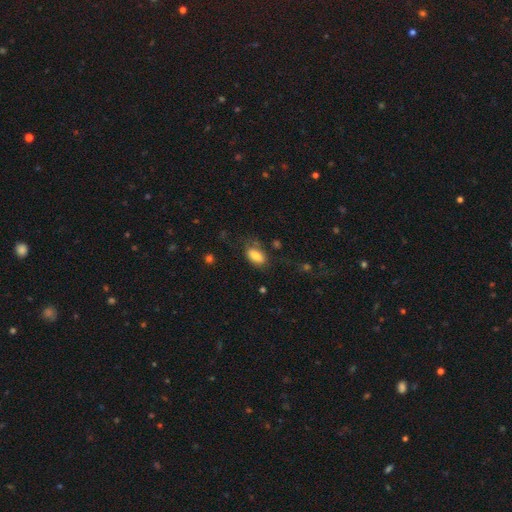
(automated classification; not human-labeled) Overall: smooth (79%). How rounded: in between (91%). Merging: none (62%; minor disturbance 22%).